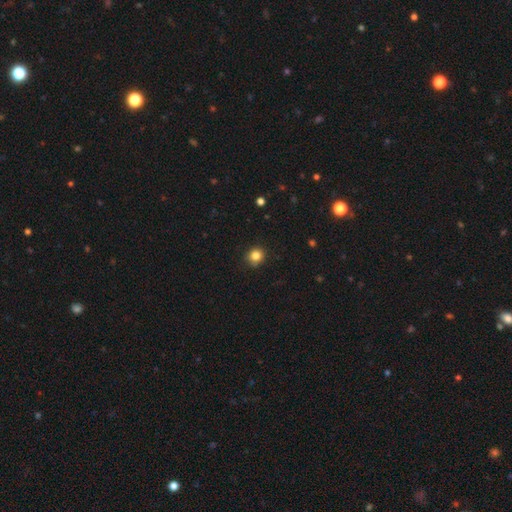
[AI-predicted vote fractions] Morphology: type=smooth (84%); roundness=round (89%); merging=none (86%).